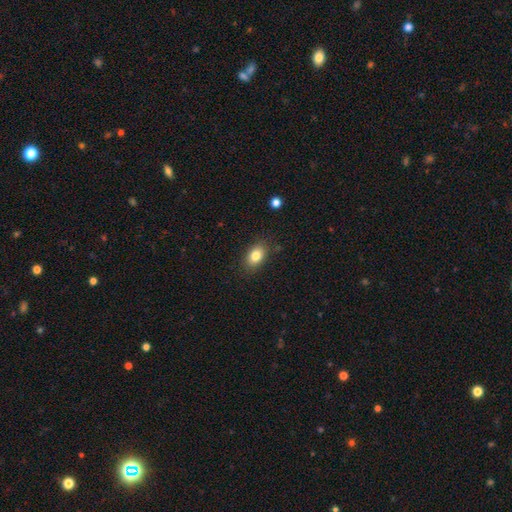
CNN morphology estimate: Smooth or featured? Predicted: smooth (p=0.82). How rounded? Predicted: in between (p=0.83). Merging? Predicted: none (p=0.84).